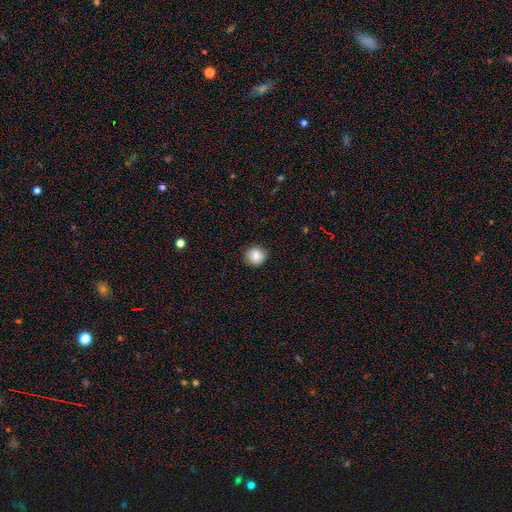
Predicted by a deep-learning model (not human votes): Smooth or featured? smooth (82%)
How rounded? round (92%)
Merging? none (91%)